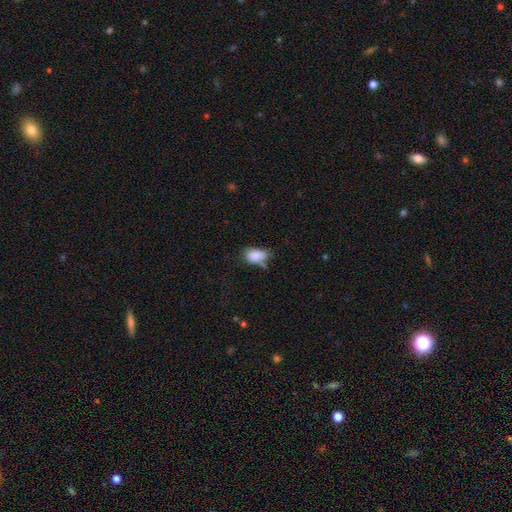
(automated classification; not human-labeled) Smooth or featured? smooth (84%)
How rounded? in between (88%)
Merging? none (45%)